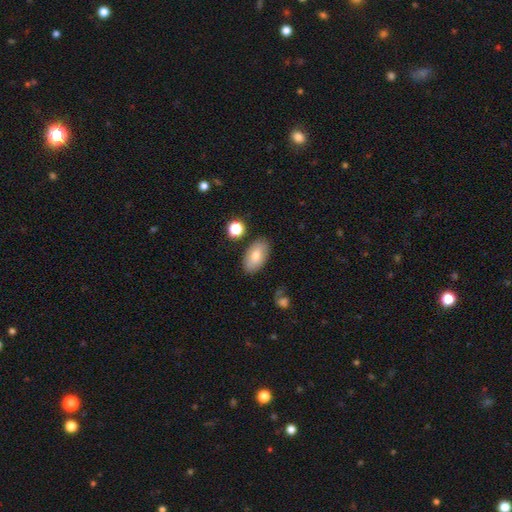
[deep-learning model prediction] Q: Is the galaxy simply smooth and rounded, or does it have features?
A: smooth — 76%.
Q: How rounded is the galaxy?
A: in between — 93%.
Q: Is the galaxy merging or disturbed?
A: none — 83%.